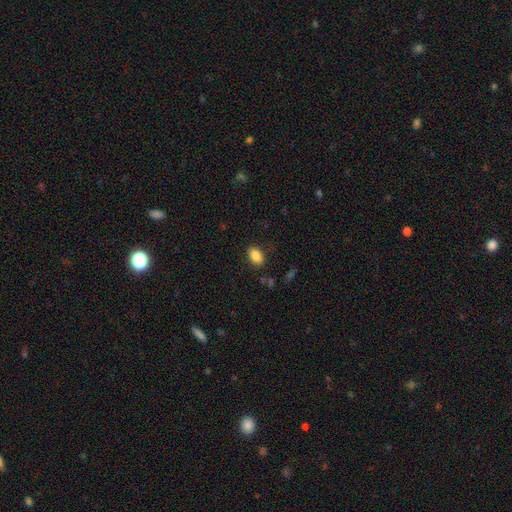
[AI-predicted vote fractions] Q: Smooth or featured?
A: smooth (87%); runner-up: star or artifact (8%)
Q: How rounded?
A: in between (87%); runner-up: round (11%)
Q: Merging?
A: none (86%); runner-up: minor disturbance (10%)